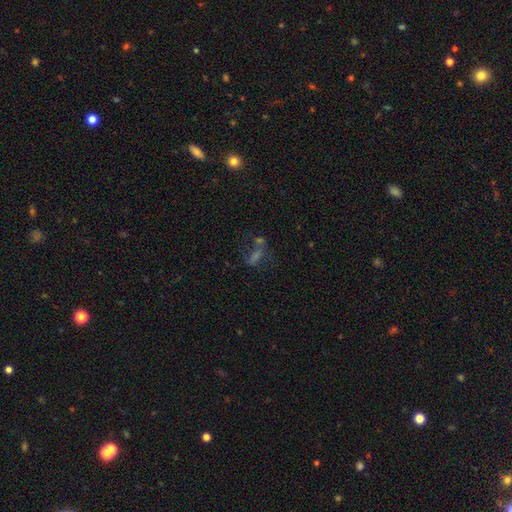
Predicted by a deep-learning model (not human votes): Smooth or featured: star or artifact — 38% (smooth — 35%)